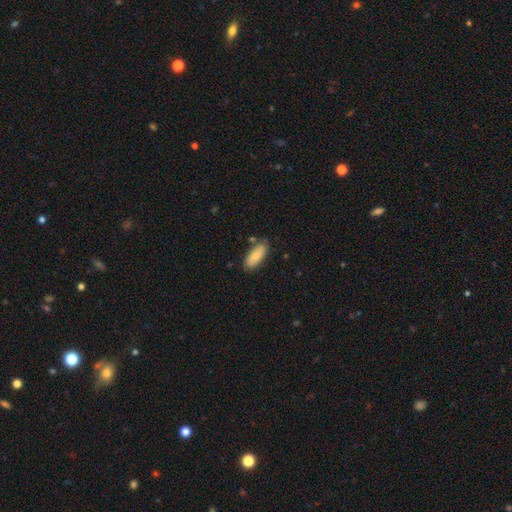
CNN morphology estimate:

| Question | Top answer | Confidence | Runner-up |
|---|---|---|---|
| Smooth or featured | smooth | 79% | featured or disk (15%) |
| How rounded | in between | 84% | cigar-shaped (14%) |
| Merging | none | 79% | minor disturbance (14%) |